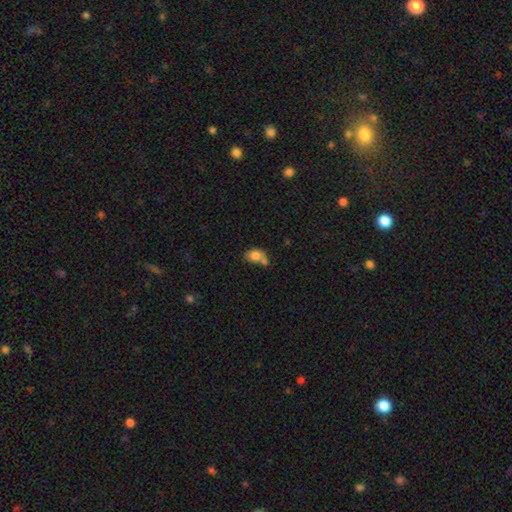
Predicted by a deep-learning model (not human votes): Smooth or featured: smooth — 78% (featured or disk — 12%)
How rounded: in between — 73% (round — 26%)
Merging: merger — 46% (none — 32%)